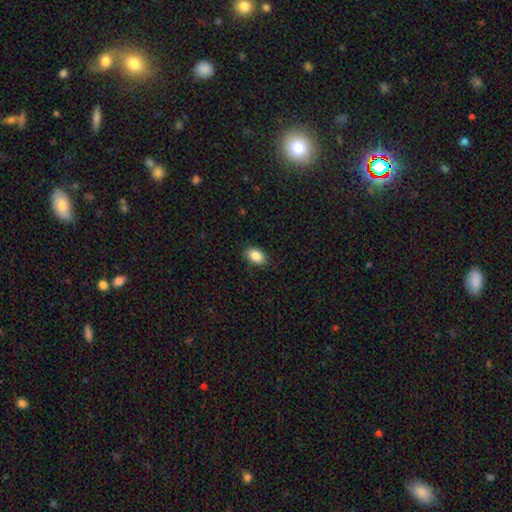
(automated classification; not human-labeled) Smooth or featured?
  - smooth: 87% *
  - star or artifact: 8%
  - featured or disk: 5%
How rounded?
  - in between: 89% *
  - round: 10%
  - cigar-shaped: 1%
Merging?
  - none: 87% *
  - minor disturbance: 10%
  - major disturbance: 2%
  - merger: 1%